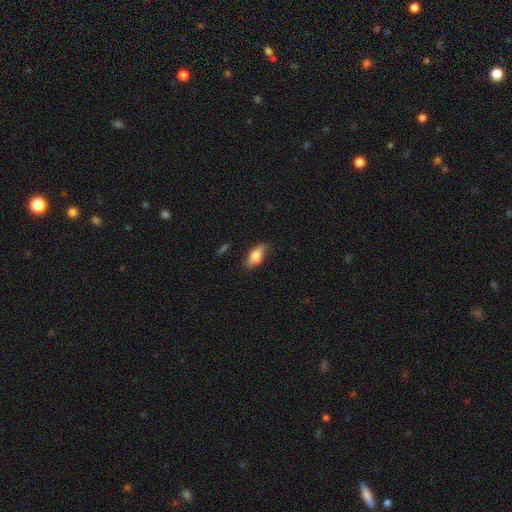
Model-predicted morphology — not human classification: This appears to be a smooth galaxy with no disk features (74%) that is in between round and cigar-shaped (85%). Merging: none (70%).